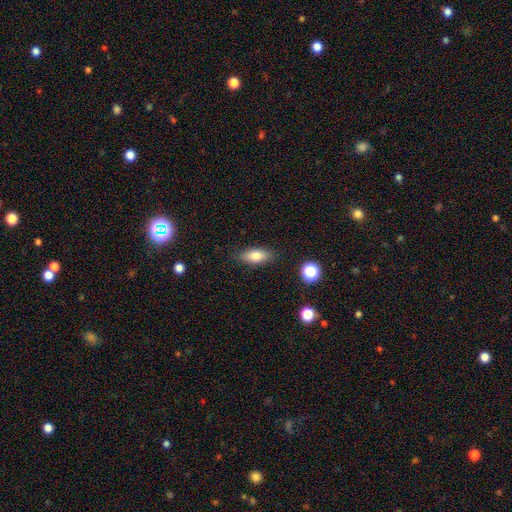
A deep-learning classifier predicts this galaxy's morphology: This is likely a smooth galaxy (77%). How rounded: likely in between (78%). Merging: clearly none (85%).